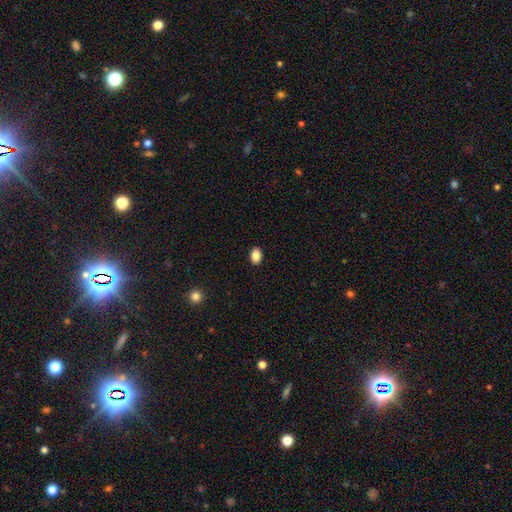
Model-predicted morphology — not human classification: Q: Smooth or featured?
A: smooth (88%); runner-up: star or artifact (9%)
Q: How rounded?
A: in between (79%); runner-up: round (19%)
Q: Merging?
A: none (90%); runner-up: minor disturbance (7%)